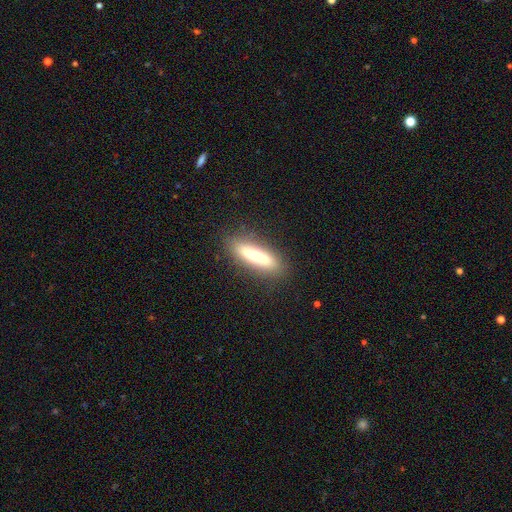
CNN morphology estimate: smooth 55%, featured or disk 38%, star or artifact 8%. Down the decision tree: how rounded — cigar-shaped (70%); merging — none (86%).